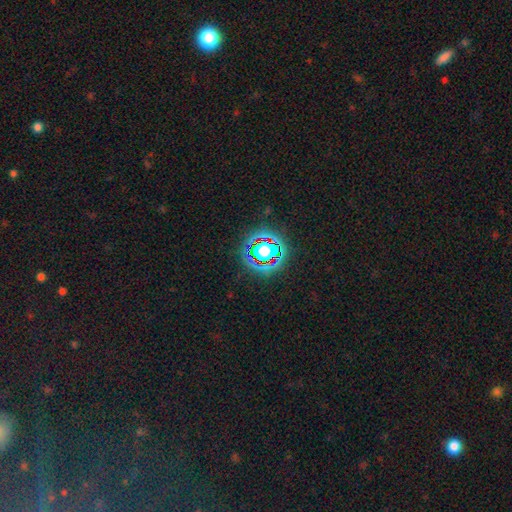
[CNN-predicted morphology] type=star or artifact (80%).